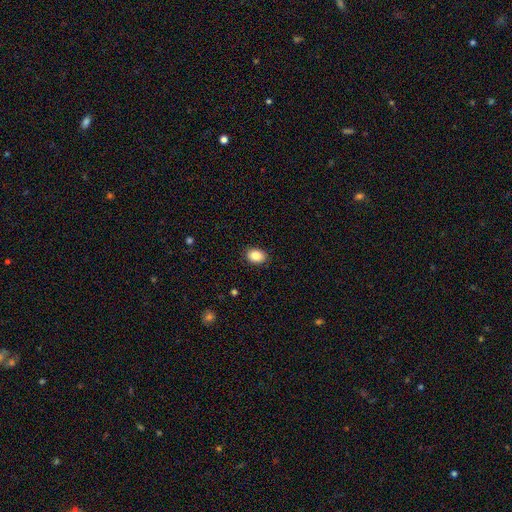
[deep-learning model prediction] Smooth or featured: smooth — 87% (star or artifact — 8%)
How rounded: in between — 74% (round — 25%)
Merging: none — 89% (minor disturbance — 8%)